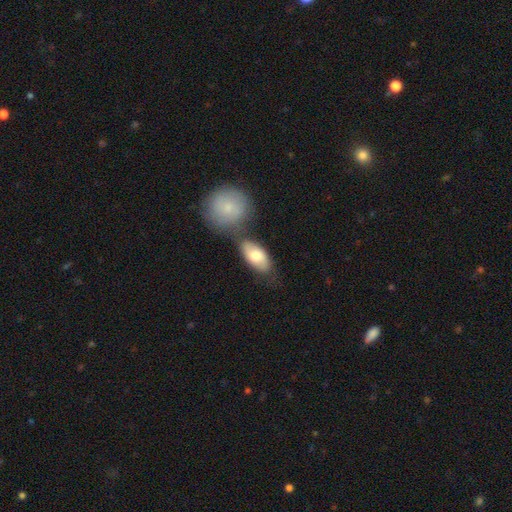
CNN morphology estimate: Overall: smooth (72%). How rounded: in between (89%). Merging: none (61%).